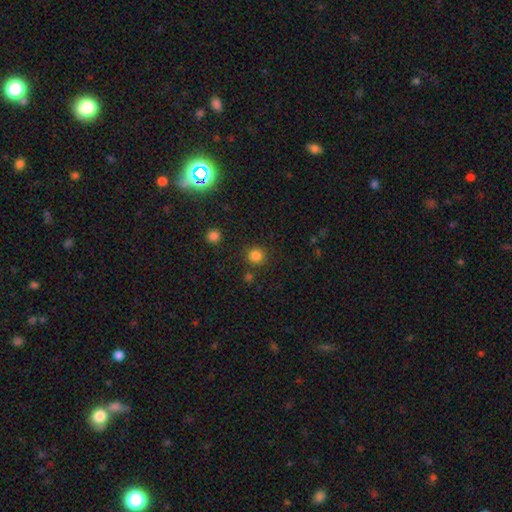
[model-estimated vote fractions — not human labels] This is clearly a smooth galaxy (83%). How rounded: clearly round (92%). Merging: clearly none (86%).